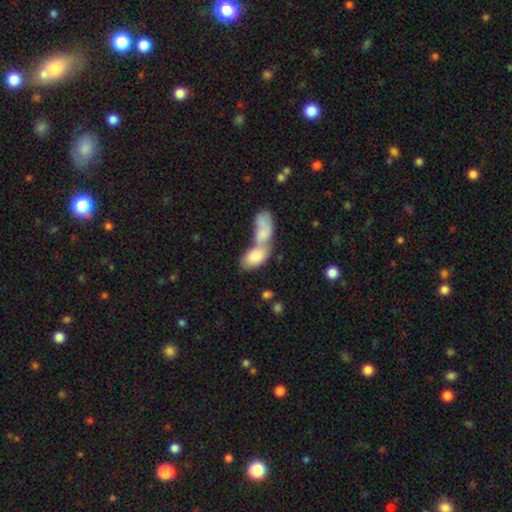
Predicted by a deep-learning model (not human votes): smooth-or-featured: smooth: 79% | featured or disk: 15% | star or artifact: 6%
  how-rounded: in between: 92% | round: 4% | cigar-shaped: 4%
  merging: merger: 75% | none: 14% | minor disturbance: 6% | major disturbance: 4%